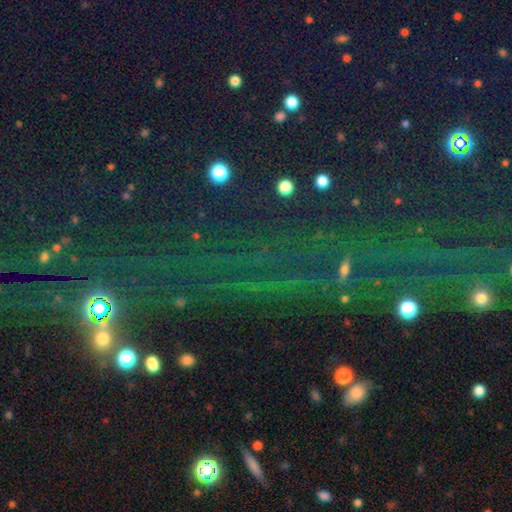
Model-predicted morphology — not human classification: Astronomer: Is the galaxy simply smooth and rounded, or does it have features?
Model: star or artifact — 75%.